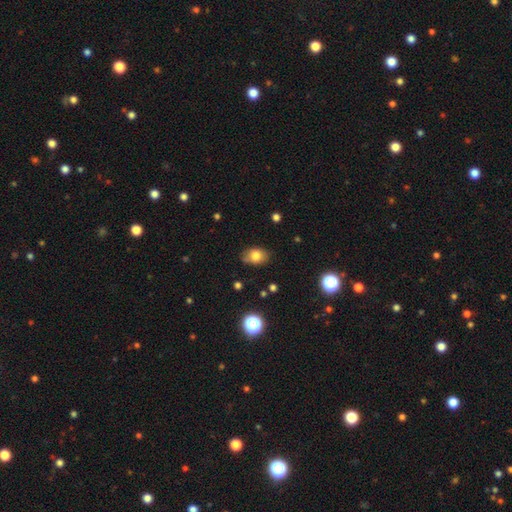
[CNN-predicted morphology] Q: Smooth or featured?
A: smooth (79%); runner-up: star or artifact (11%)
Q: How rounded?
A: in between (73%); runner-up: round (26%)
Q: Merging?
A: none (75%); runner-up: minor disturbance (19%)